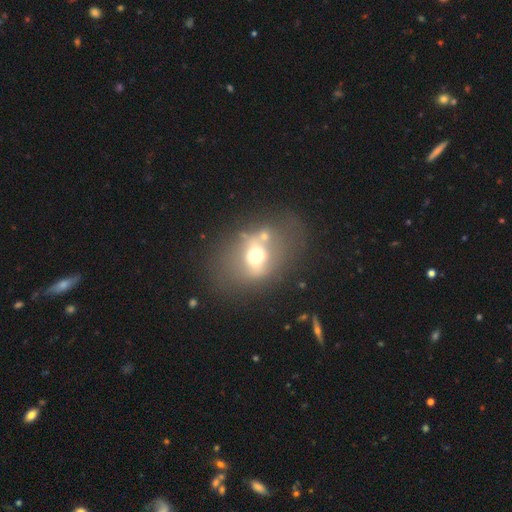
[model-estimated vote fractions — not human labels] This is marginally a featured or disk galaxy (45%). Merging: likely none (61%).